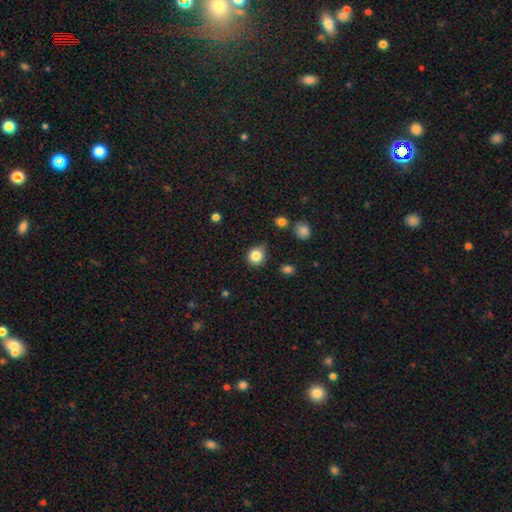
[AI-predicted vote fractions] Smooth or featured? Predicted: smooth (p=0.83). How rounded? Predicted: round (p=0.82). Merging? Predicted: none (p=0.71).